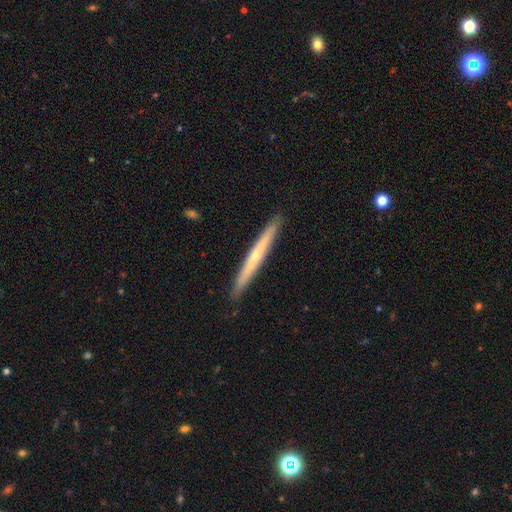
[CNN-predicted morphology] smooth_or_featured: featured or disk (p=0.60) [alt: smooth p=0.35]
disk_edge_on: yes (p=0.96) [alt: no p=0.04]
edge_on_bulge: rounded (p=0.55) [alt: none p=0.42]
merging: none (p=0.91) [alt: minor disturbance p=0.07]